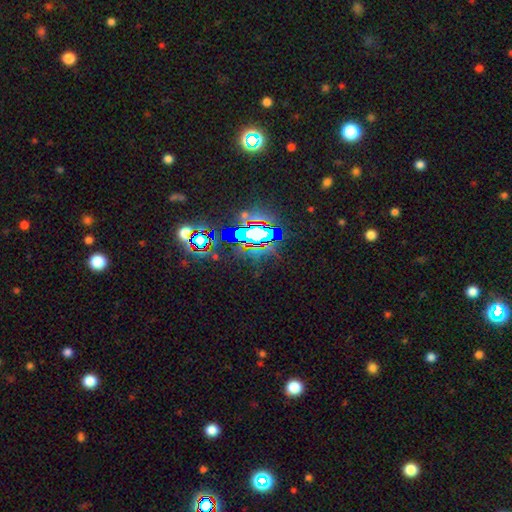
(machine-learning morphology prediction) star or artifact 70%, smooth 15%, featured or disk 14%.